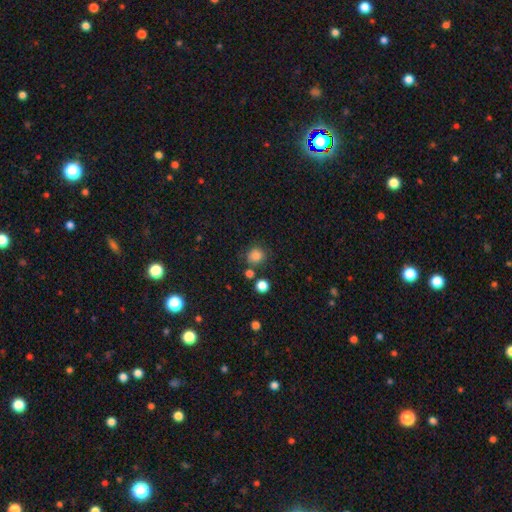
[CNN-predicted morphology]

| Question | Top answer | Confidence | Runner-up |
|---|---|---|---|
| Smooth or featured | smooth | 84% | star or artifact (12%) |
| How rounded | round | 85% | in between (14%) |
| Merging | none | 75% | minor disturbance (12%) |